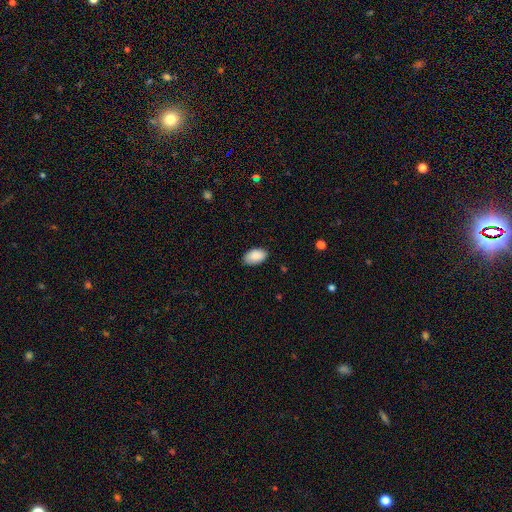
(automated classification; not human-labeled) Overall: smooth (89%). How rounded: in between (94%). Merging: none (83%).